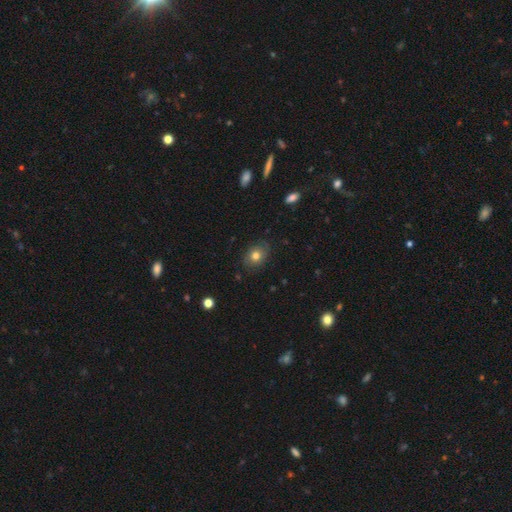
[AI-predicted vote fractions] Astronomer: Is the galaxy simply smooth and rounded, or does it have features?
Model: smooth — 76%.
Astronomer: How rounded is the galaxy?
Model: in between — 55% (runner-up: round, 43%).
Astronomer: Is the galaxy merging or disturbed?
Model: none — 81%.